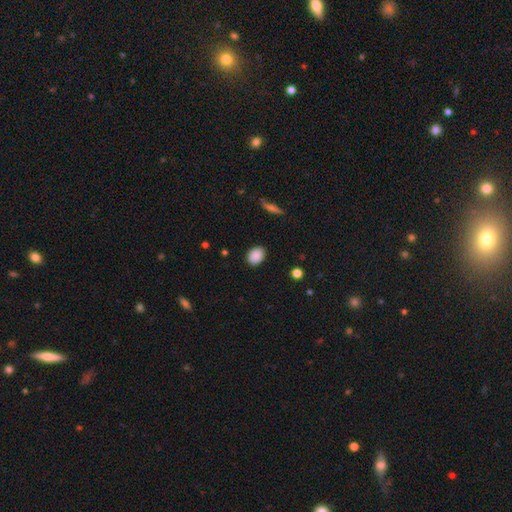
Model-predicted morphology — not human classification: Smooth or featured? smooth (88%)
How rounded? in between (62%)
Merging? none (88%)